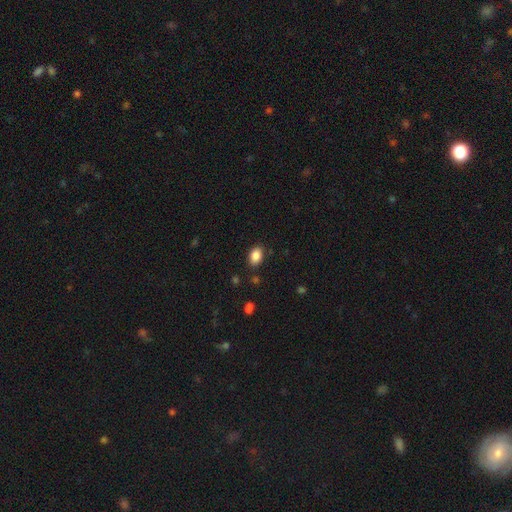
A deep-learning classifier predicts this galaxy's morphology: This is clearly a smooth galaxy (87%). How rounded: clearly in between (84%). Merging: clearly none (85%).